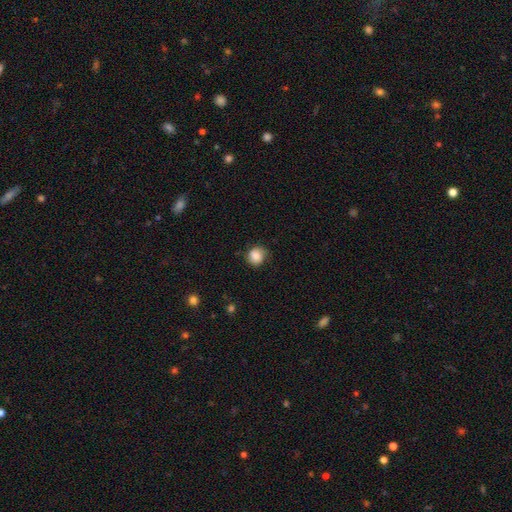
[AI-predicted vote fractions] This appears to be a smooth galaxy with no disk features (84%) that is round (81%). Merging: none (69%).